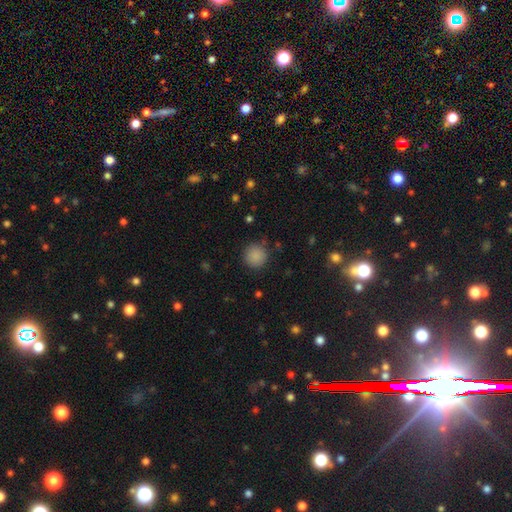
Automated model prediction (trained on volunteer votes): Smooth or featured?
  - smooth: 87% *
  - star or artifact: 10%
  - featured or disk: 3%
How rounded?
  - round: 93% *
  - in between: 6%
  - cigar-shaped: 1%
Merging?
  - none: 86% *
  - minor disturbance: 10%
  - major disturbance: 3%
  - merger: 1%